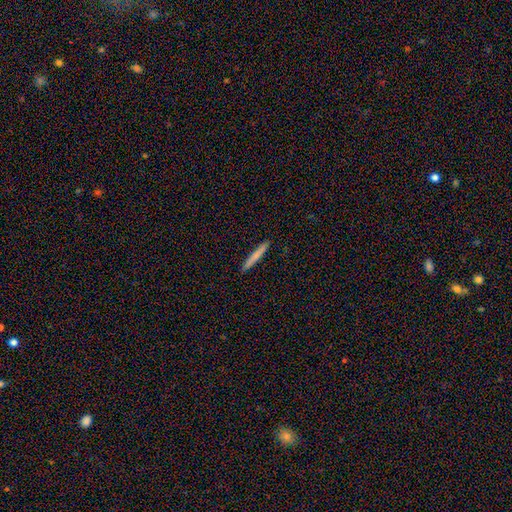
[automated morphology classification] Smooth or featured?
  - smooth: 74% *
  - featured or disk: 21%
  - star or artifact: 6%
How rounded?
  - cigar-shaped: 96% *
  - in between: 3%
  - round: 1%
Merging?
  - none: 92% *
  - minor disturbance: 6%
  - major disturbance: 1%
  - merger: 1%